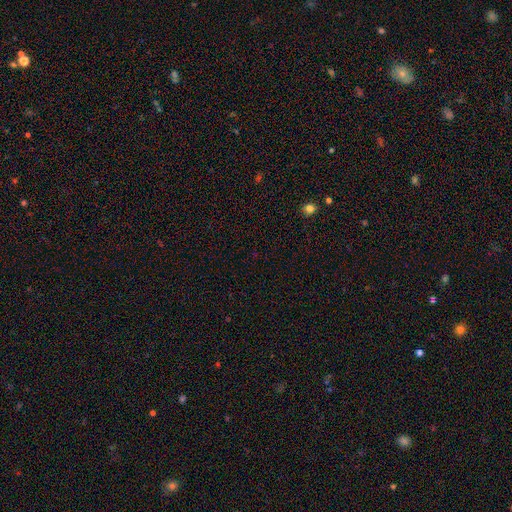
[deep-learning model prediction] star or artifact 65%, smooth 28%, featured or disk 7%.